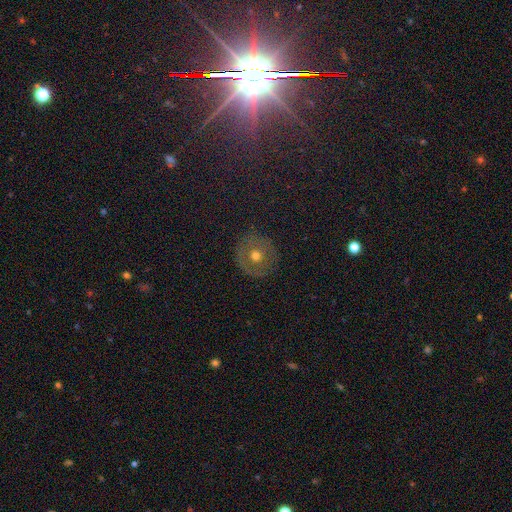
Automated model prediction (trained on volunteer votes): smooth_or_featured: smooth (p=0.51) [alt: featured or disk p=0.39]
how_rounded: round (p=0.92) [alt: in between p=0.07]
merging: none (p=0.85) [alt: minor disturbance p=0.10]